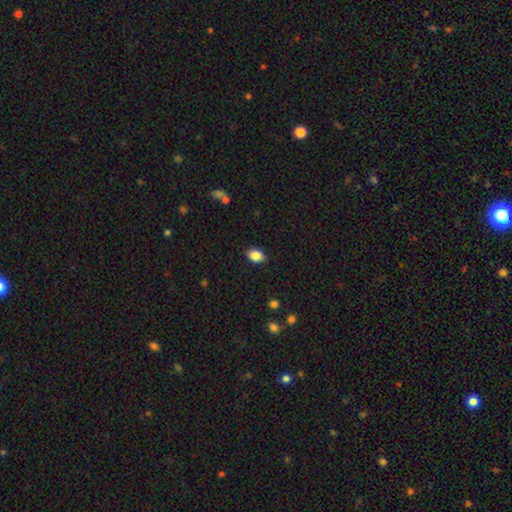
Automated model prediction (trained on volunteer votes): smooth-or-featured: smooth: 87% | star or artifact: 8% | featured or disk: 5%
  how-rounded: in between: 83% | round: 15% | cigar-shaped: 1%
  merging: none: 88% | minor disturbance: 9% | major disturbance: 2% | merger: 1%